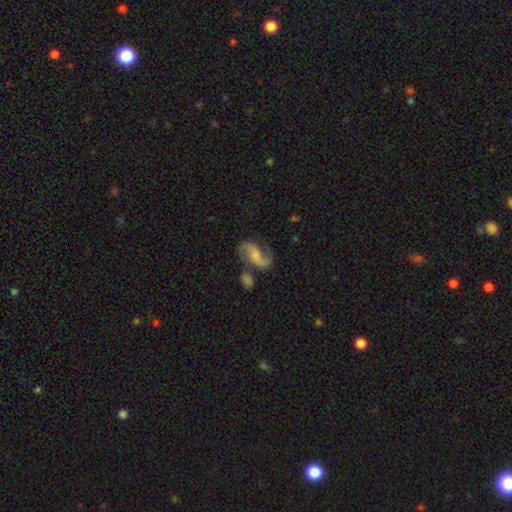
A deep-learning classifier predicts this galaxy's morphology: type=featured or disk (79%); edge-on=no (97%); bar=no (46%); spiral arms=yes (95%); winding=loose (57%); arm count=2 (91%); bulge=small (43%); merging=none (57%).